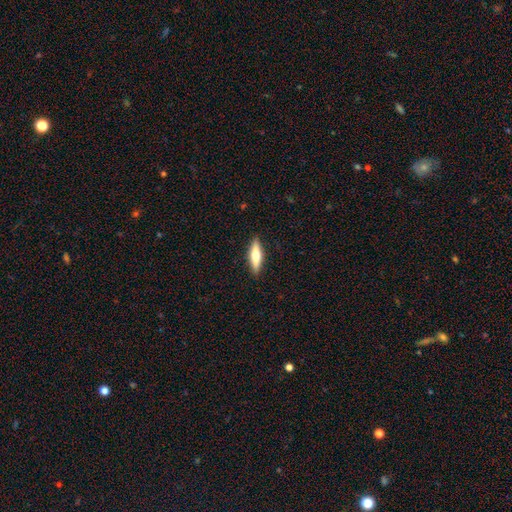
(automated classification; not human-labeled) smooth 60%, featured or disk 34%, star or artifact 5%. Down the decision tree: how rounded — cigar-shaped (67%); merging — none (90%).